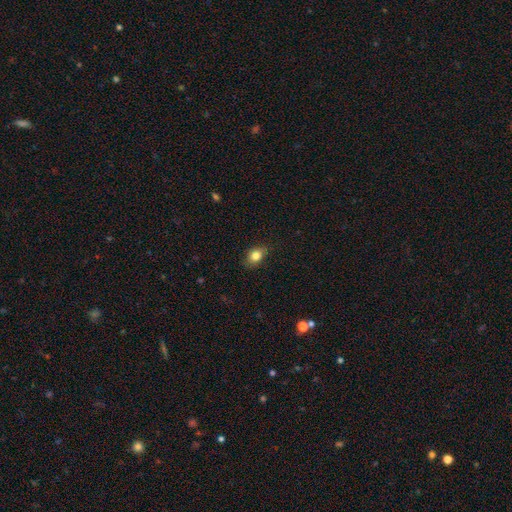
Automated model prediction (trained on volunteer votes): Overall: smooth (82%). How rounded: in between (70%). Merging: none (82%).